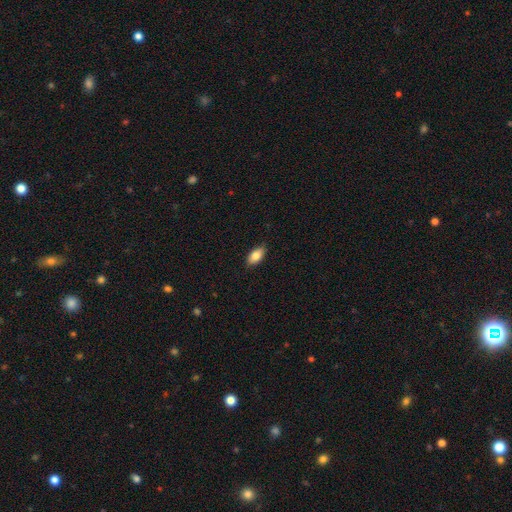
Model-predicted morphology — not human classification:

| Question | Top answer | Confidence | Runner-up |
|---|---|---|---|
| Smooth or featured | smooth | 83% | featured or disk (10%) |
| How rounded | in between | 91% | cigar-shaped (6%) |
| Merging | none | 86% | minor disturbance (11%) |